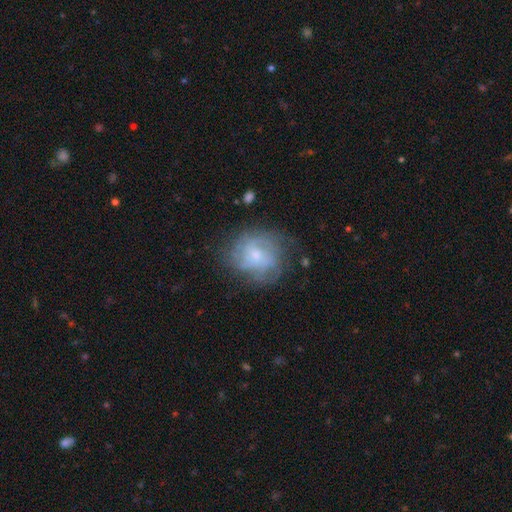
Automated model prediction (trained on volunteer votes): The model was most divided on "bulge size": small: 58%, moderate: 32%, none: 6%, large: 3%, dominant: 1%. More confident: edge-on disk — no (98%); spiral arms — yes (76%); bar — no (66%); merging — none (64%); smooth or featured — featured or disk (62%).